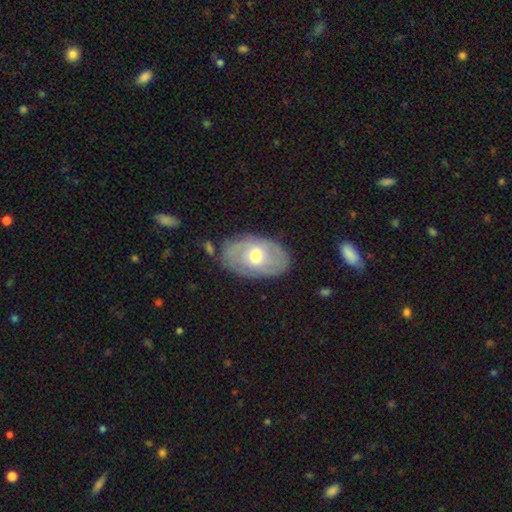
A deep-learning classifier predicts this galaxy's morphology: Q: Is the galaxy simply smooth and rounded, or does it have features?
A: featured or disk — 59%.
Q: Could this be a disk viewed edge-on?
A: no — 93%.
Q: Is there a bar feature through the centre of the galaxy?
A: no — 53%.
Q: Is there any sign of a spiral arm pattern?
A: yes — 61%.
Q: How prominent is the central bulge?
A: moderate — 69%.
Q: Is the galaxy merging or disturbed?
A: none — 76%.